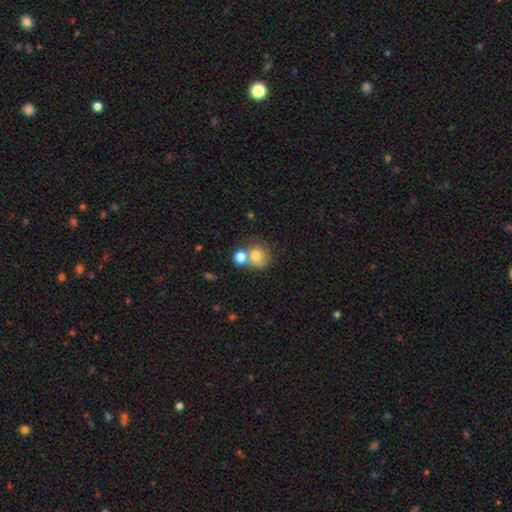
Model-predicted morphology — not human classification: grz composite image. It shows a smooth galaxy with no disk features (75%) that is round (82%). Merging: none (43%).